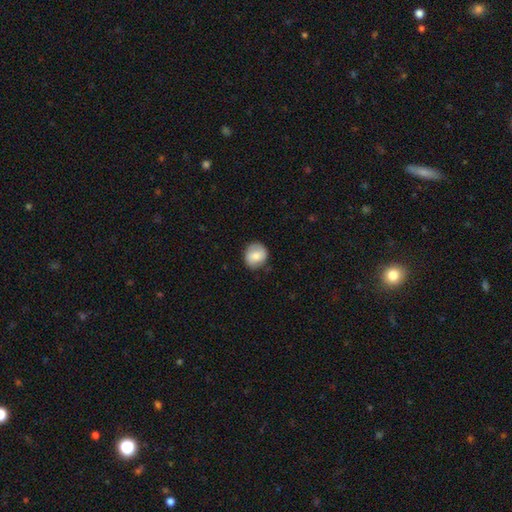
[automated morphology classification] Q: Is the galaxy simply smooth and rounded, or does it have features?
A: smooth — 73%.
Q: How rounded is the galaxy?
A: round — 81%.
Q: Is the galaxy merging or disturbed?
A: none — 79%.